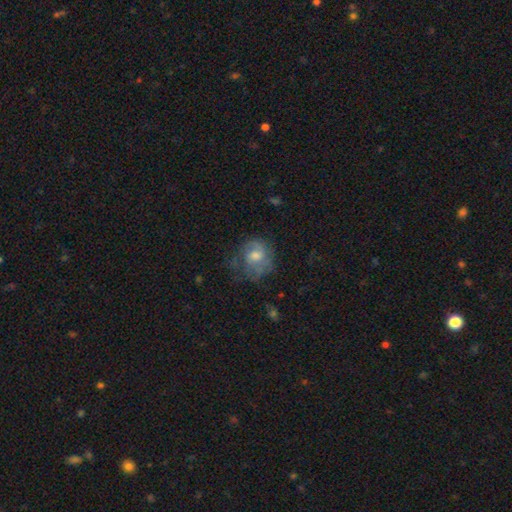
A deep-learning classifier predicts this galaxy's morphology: smooth-or-featured: featured or disk: 45% (tied) | smooth: 45% (tied) | star or artifact: 10%
  merging: none: 56% | minor disturbance: 25% | major disturbance: 18% | merger: 2%